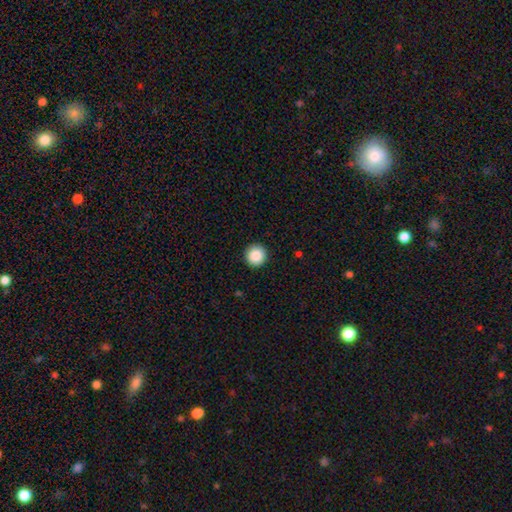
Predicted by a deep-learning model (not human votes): This is clearly a smooth galaxy (87%). How rounded: clearly round (96%). Merging: clearly none (93%).